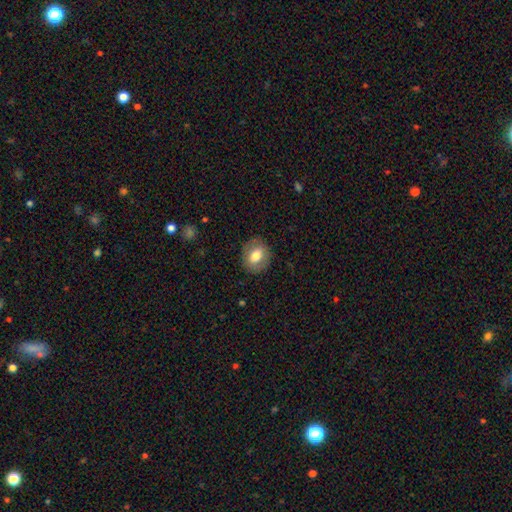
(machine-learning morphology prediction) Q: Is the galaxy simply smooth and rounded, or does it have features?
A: smooth — 70%.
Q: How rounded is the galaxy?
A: round — 53%.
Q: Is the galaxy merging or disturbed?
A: none — 86%.